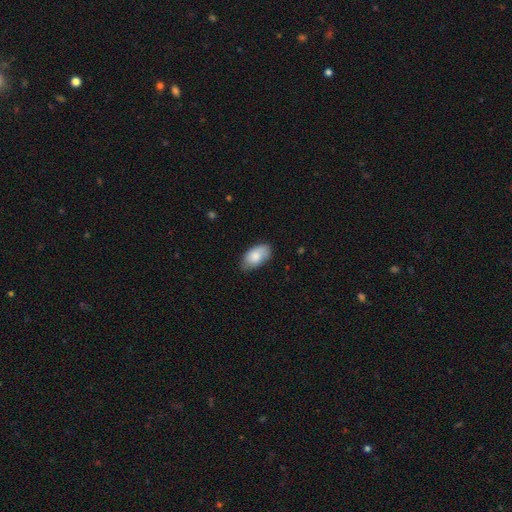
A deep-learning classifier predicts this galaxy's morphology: Smooth or featured?
  - smooth: 82% *
  - featured or disk: 12%
  - star or artifact: 6%
How rounded?
  - in between: 94% *
  - round: 4%
  - cigar-shaped: 2%
Merging?
  - none: 73% *
  - minor disturbance: 22%
  - major disturbance: 3%
  - merger: 1%